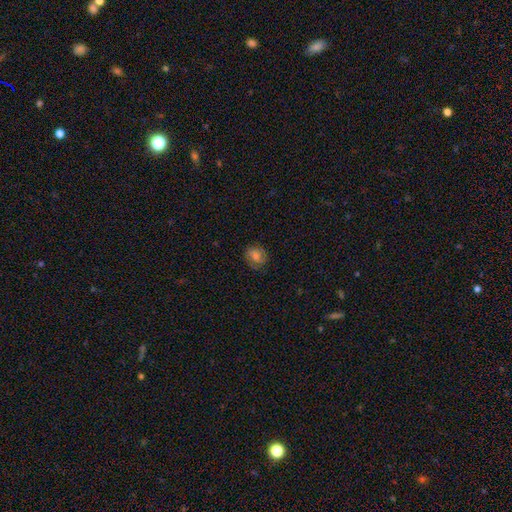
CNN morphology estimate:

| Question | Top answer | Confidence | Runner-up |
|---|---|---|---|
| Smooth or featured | smooth | 53% | featured or disk (34%) |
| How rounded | round | 69% | in between (29%) |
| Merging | none | 79% | minor disturbance (15%) |